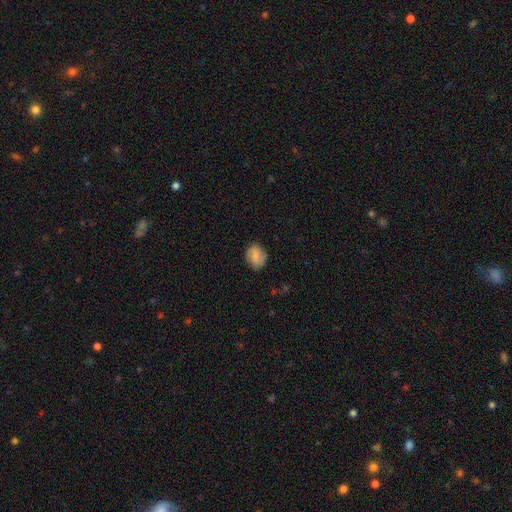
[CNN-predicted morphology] smooth_or_featured: smooth (p=0.75) [alt: featured or disk p=0.17]
how_rounded: in between (p=0.52) [alt: round p=0.47]
merging: none (p=0.78) [alt: minor disturbance p=0.17]